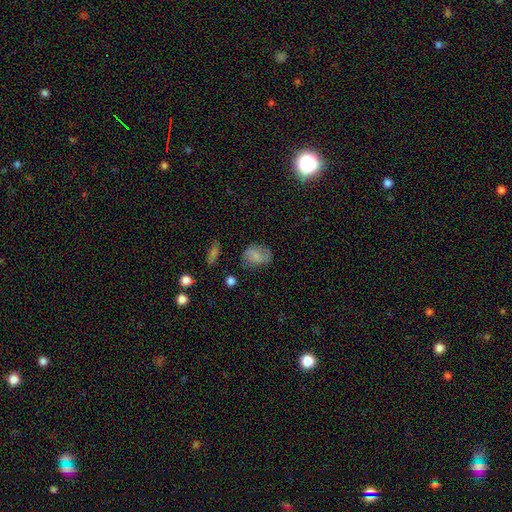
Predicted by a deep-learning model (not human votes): Smooth or featured?
  - smooth: 72% *
  - featured or disk: 19%
  - star or artifact: 9%
How rounded?
  - in between: 69% *
  - round: 29%
  - cigar-shaped: 2%
Merging?
  - none: 68% *
  - minor disturbance: 22%
  - major disturbance: 7%
  - merger: 2%